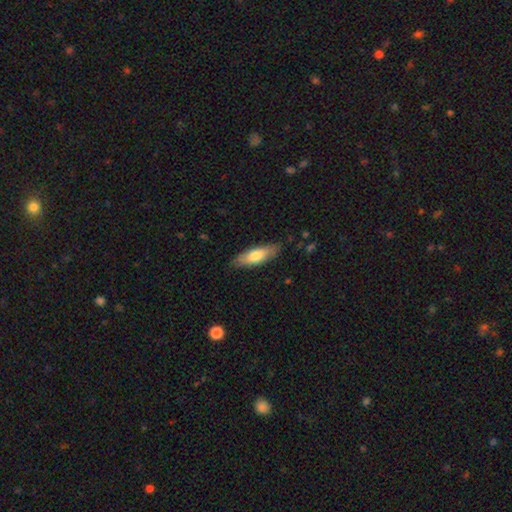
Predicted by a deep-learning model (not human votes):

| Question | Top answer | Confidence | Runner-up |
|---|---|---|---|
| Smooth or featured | smooth | 68% | featured or disk (26%) |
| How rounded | in between | 51% | cigar-shaped (48%) |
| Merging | none | 85% | minor disturbance (12%) |